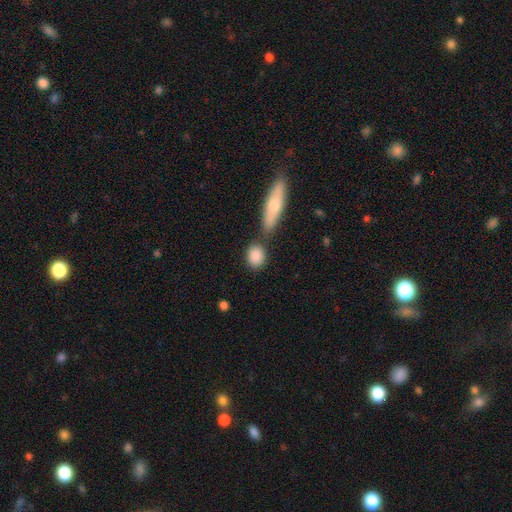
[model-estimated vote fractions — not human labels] A smooth galaxy with no disk features (87%) that is round (49%).

Vote fractions:
- Smooth or featured? smooth: 87% / star or artifact: 7% / featured or disk: 7%
- How rounded? round: 49% / in between: 46% / cigar-shaped: 5%
- Merging? none: 65% / merger: 18% / minor disturbance: 12% / major disturbance: 4%